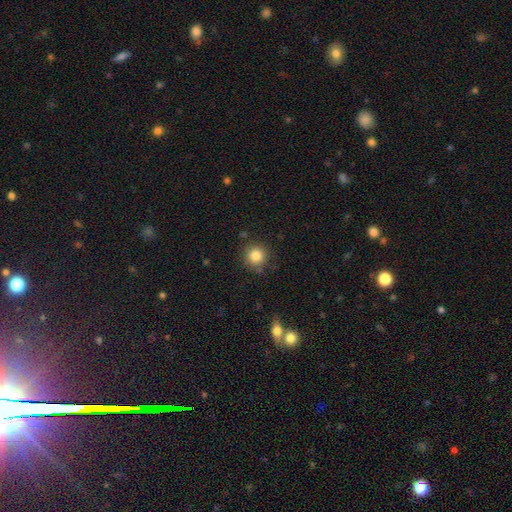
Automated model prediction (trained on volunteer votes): Smooth or featured?
  - smooth: 84% *
  - star or artifact: 11%
  - featured or disk: 5%
How rounded?
  - round: 94% *
  - in between: 5%
  - cigar-shaped: 1%
Merging?
  - none: 85% *
  - minor disturbance: 10%
  - major disturbance: 3%
  - merger: 3%